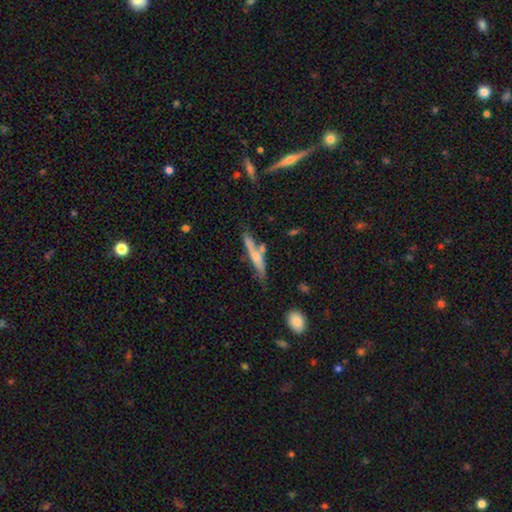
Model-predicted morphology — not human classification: Smooth or featured? smooth (51%)
How rounded? cigar-shaped (87%)
Merging? none (57%)